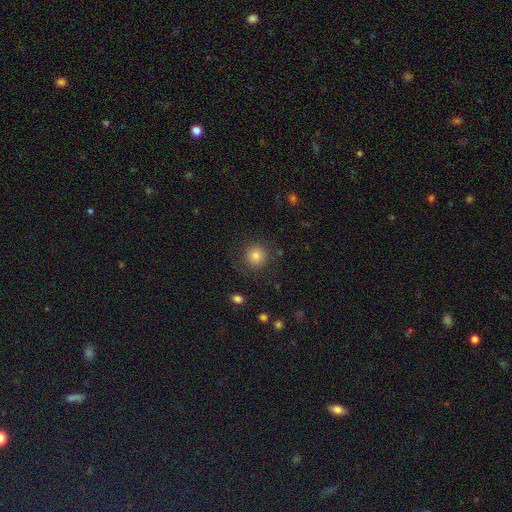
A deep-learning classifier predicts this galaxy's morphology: This is clearly a smooth galaxy (80%). How rounded: clearly round (94%). Merging: clearly none (84%).